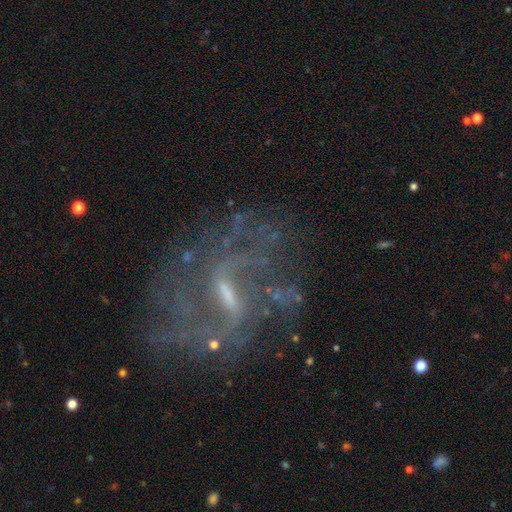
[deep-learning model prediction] featured or disk 82%, star or artifact 11%, smooth 7%. Down the decision tree: edge-on disk — no (95%); bar — weak (54%); spiral arms — yes (82%); spiral arm count — 2 (42%); spiral winding — loose (51%); bulge size — small (50%); merging — none (60%).